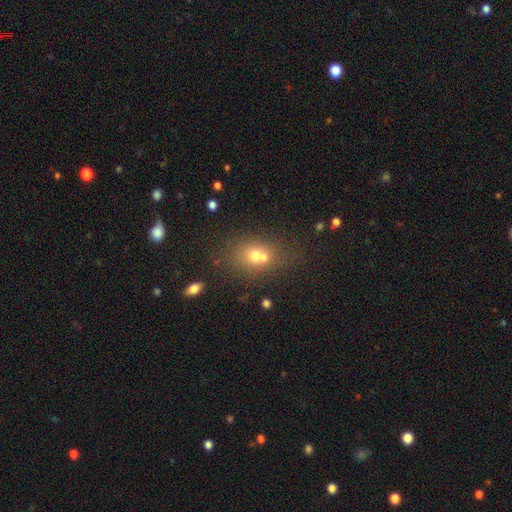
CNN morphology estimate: Smooth or featured: smooth — 62% (featured or disk — 21%)
How rounded: round — 53% (in between — 45%)
Merging: merger — 49% (none — 38%)